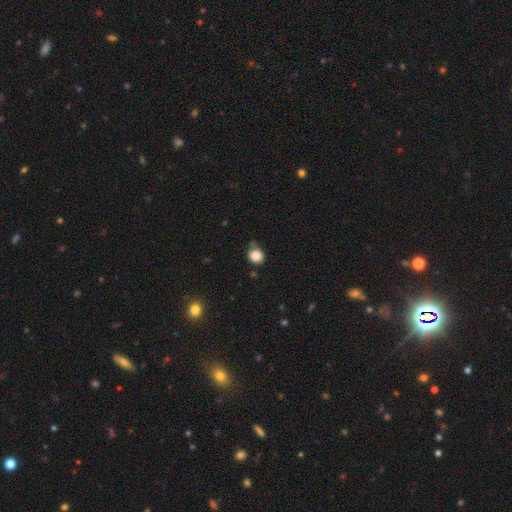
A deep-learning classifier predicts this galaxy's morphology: A smooth galaxy with no disk features (87%) that is round (86%).

Vote fractions:
- Smooth or featured? smooth: 87% / star or artifact: 10% / featured or disk: 3%
- How rounded? round: 86% / in between: 13% / cigar-shaped: 1%
- Merging? none: 71% / minor disturbance: 20% / major disturbance: 5% / merger: 3%